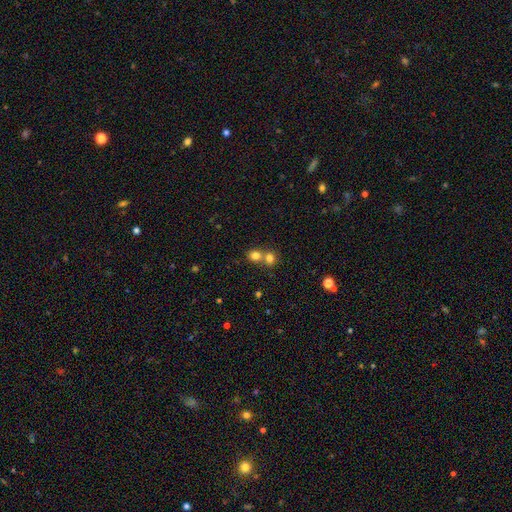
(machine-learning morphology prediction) smooth 79%, star or artifact 13%, featured or disk 8%. Down the decision tree: how rounded — round (80%); merging — merger (52%).